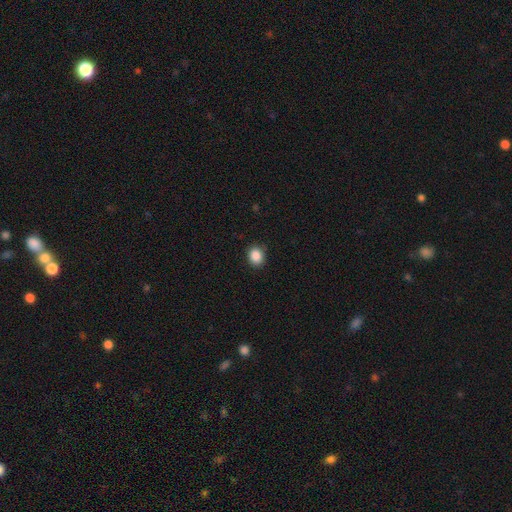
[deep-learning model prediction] Q: Smooth or featured?
A: smooth (88%); runner-up: star or artifact (9%)
Q: How rounded?
A: round (63%); runner-up: in between (36%)
Q: Merging?
A: none (88%); runner-up: minor disturbance (9%)